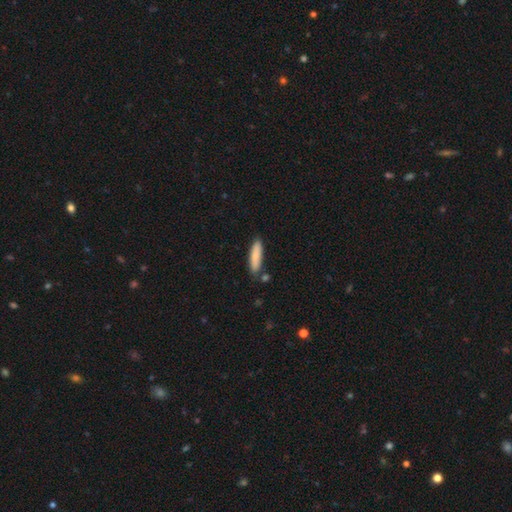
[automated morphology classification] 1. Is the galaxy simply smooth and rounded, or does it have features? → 83% smooth, 12% featured or disk, 6% star or artifact.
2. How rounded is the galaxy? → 73% cigar-shaped, 25% in between, 2% round.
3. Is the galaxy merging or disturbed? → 80% none, 12% minor disturbance, 5% merger, 2% major disturbance.